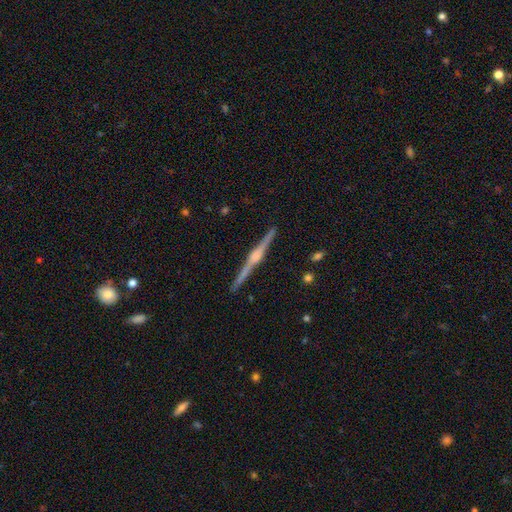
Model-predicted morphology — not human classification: featured or disk 86%, smooth 9%, star or artifact 5%. Down the decision tree: edge-on disk — yes (99%); edge-on bulge — rounded (82%); merging — none (92%).